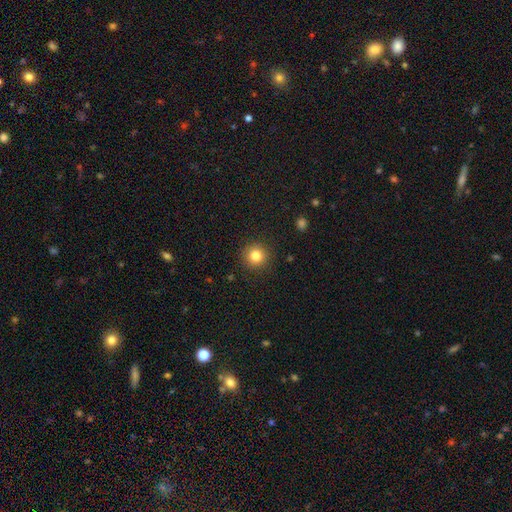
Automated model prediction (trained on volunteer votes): A smooth galaxy with no disk features (83%) that is round (94%). Merging: none (91%).